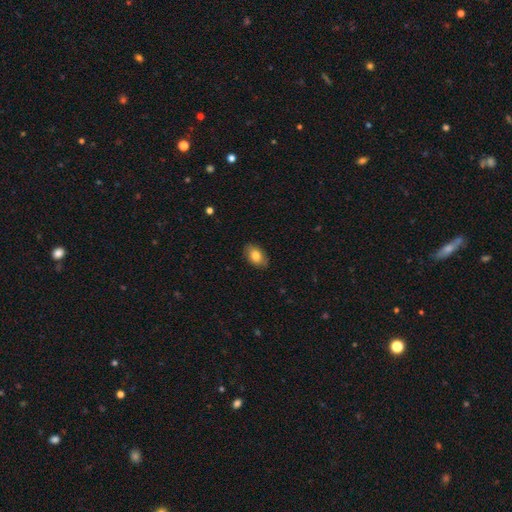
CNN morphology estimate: A smooth galaxy with no disk features (81%) that is in between round and cigar-shaped (89%). Merging: none (84%).